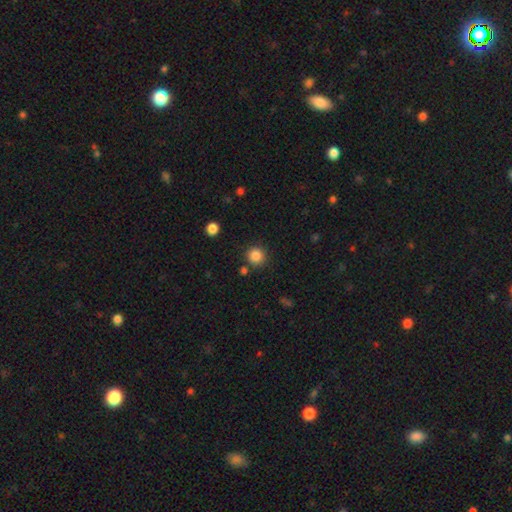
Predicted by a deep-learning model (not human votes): Smooth or featured? Predicted: smooth (p=0.85). How rounded? Predicted: round (p=0.93). Merging? Predicted: none (p=0.86).